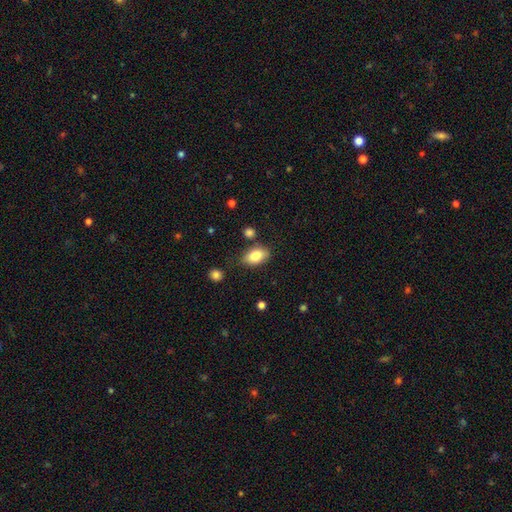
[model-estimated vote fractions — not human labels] Q: Smooth or featured?
A: smooth (83%); runner-up: featured or disk (10%)
Q: How rounded?
A: in between (90%); runner-up: round (8%)
Q: Merging?
A: none (76%); runner-up: minor disturbance (15%)